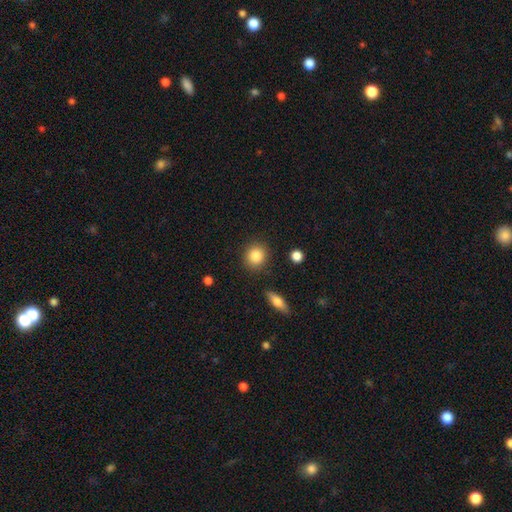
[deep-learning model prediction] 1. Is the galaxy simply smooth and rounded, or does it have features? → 87% smooth, 8% star or artifact, 5% featured or disk.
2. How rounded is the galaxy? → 84% round, 15% in between, 1% cigar-shaped.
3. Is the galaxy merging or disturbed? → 87% none, 8% minor disturbance, 3% major disturbance, 2% merger.